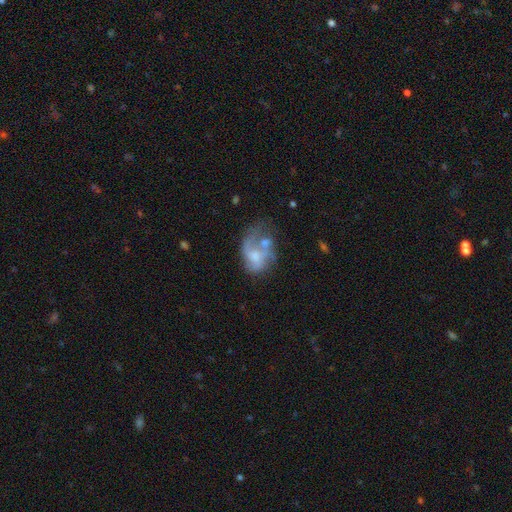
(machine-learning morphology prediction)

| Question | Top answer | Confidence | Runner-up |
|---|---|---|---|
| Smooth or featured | featured or disk | 57% | smooth (34%) |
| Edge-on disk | no | 97% | yes (3%) |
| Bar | no | 75% | weak (22%) |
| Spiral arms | no | 51% | yes (49%) |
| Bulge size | moderate | 39% | small (27%) |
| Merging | major disturbance | 32% | merger (26%) |